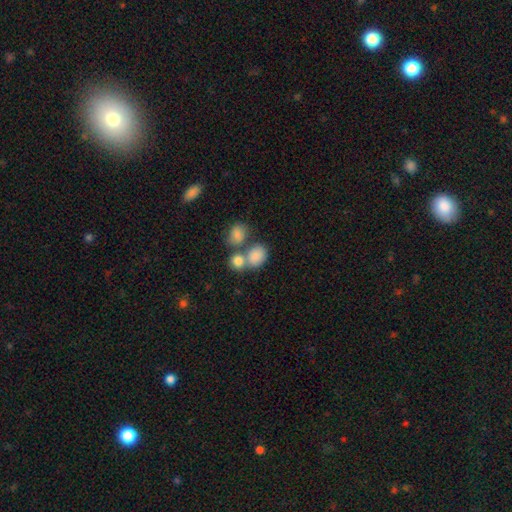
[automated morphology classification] Smooth or featured? Predicted: smooth (p=0.82). How rounded? Predicted: in between (p=0.52). Merging? Predicted: merger (p=0.48).